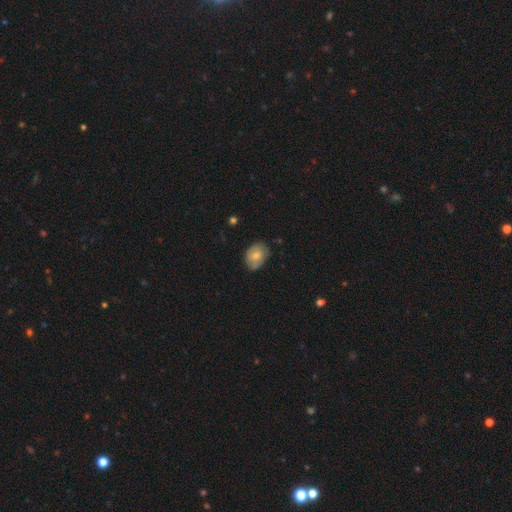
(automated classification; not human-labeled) Morphology: type=smooth (69%); roundness=in between (67%); merging=none (69%).